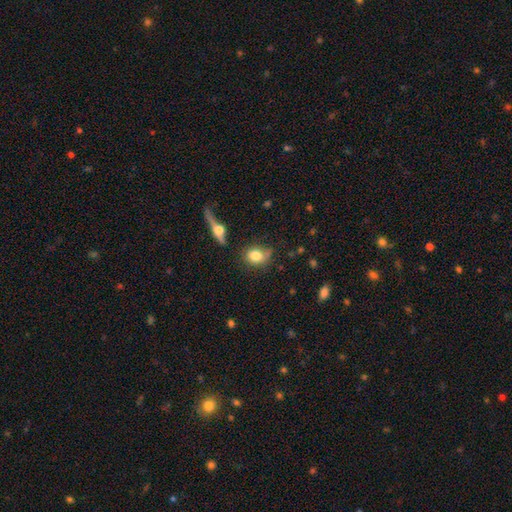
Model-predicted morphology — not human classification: Smooth or featured?
  - smooth: 77% *
  - featured or disk: 14%
  - star or artifact: 9%
How rounded?
  - in between: 54% *
  - round: 43%
  - cigar-shaped: 3%
Merging?
  - none: 63% *
  - minor disturbance: 23%
  - merger: 7%
  - major disturbance: 7%